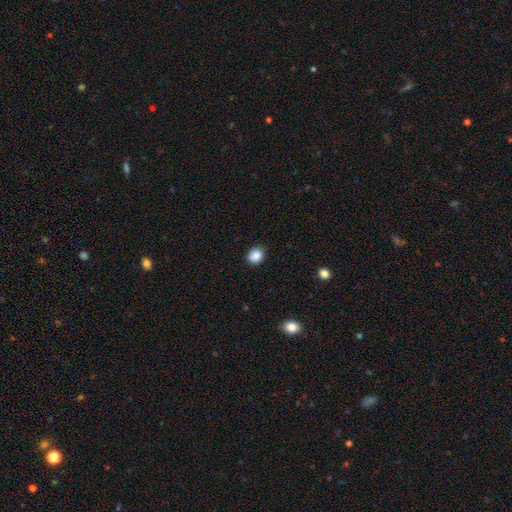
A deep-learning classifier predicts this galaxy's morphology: A smooth galaxy with no disk features (87%) that is round (74%). Merging: none (86%).